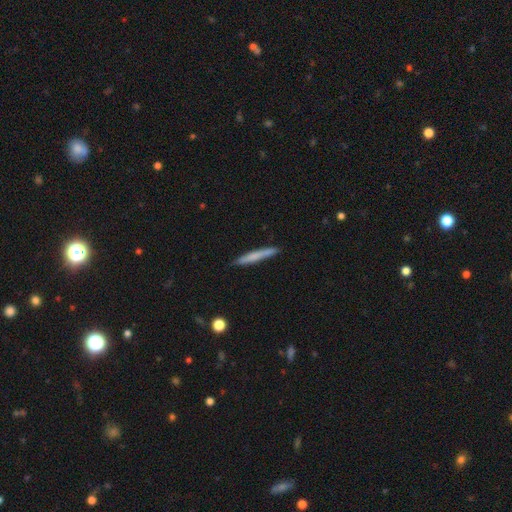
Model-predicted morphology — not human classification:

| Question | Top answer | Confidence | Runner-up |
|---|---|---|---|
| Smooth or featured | smooth | 65% | featured or disk (29%) |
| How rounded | cigar-shaped | 96% | in between (3%) |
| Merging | none | 88% | minor disturbance (9%) |